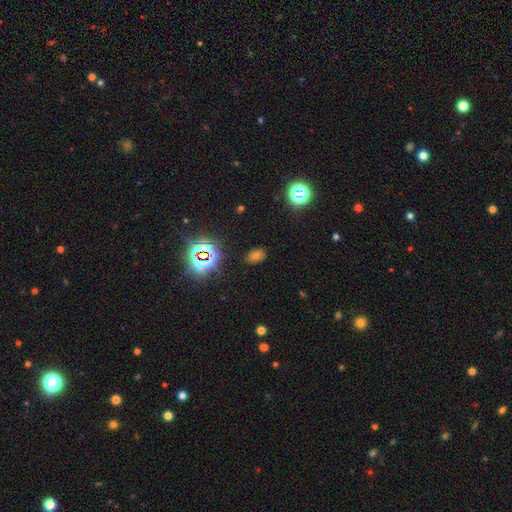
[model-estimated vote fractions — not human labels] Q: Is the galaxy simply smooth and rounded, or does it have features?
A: star or artifact — 47%.